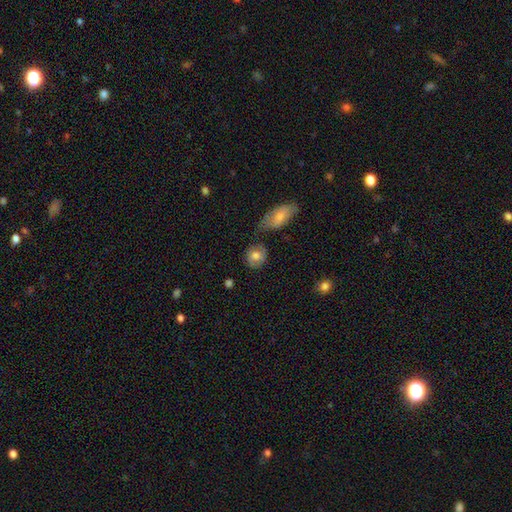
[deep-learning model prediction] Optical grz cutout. It shows a smooth galaxy with no disk features (72%) that is round (69%). Merging: none (62%).